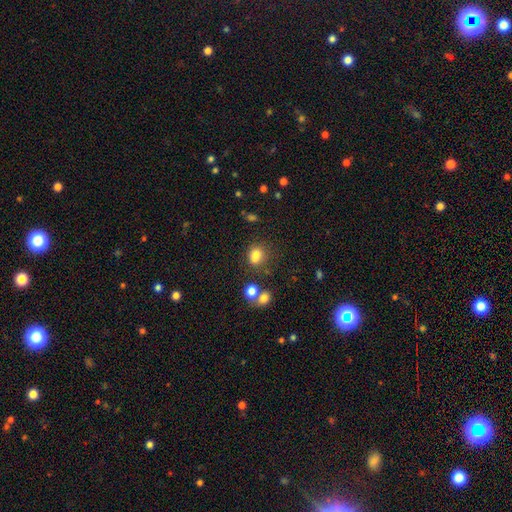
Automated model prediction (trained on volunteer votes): Smooth or featured?
  - smooth: 79% *
  - star or artifact: 14%
  - featured or disk: 7%
How rounded?
  - in between: 49% * (tied)
  - round: 49% * (tied)
  - cigar-shaped: 1%
Merging?
  - none: 57% *
  - merger: 20%
  - minor disturbance: 16%
  - major disturbance: 7%